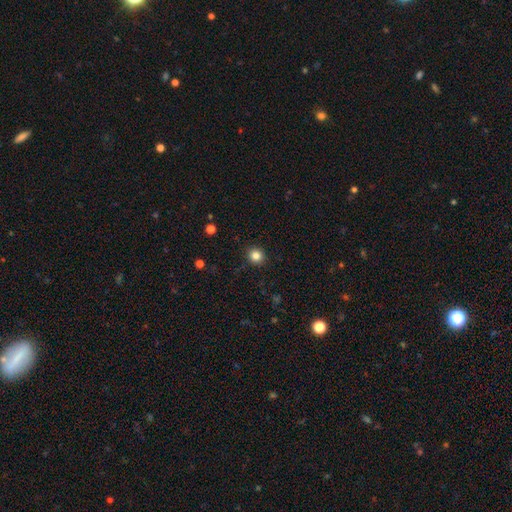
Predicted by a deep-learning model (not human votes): Smooth or featured? smooth (83%)
How rounded? round (89%)
Merging? none (92%)